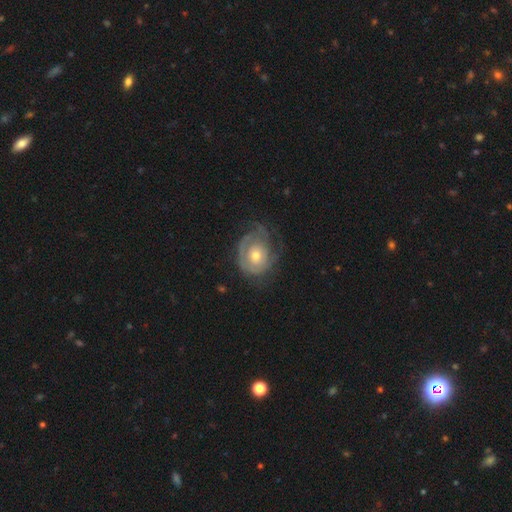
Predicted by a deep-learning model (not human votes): This appears to be a featured or disk galaxy (74%) with no bar (80%), tight (67%) spiral arms (84%) and a moderate central bulge (63%). Merging: none (59%).